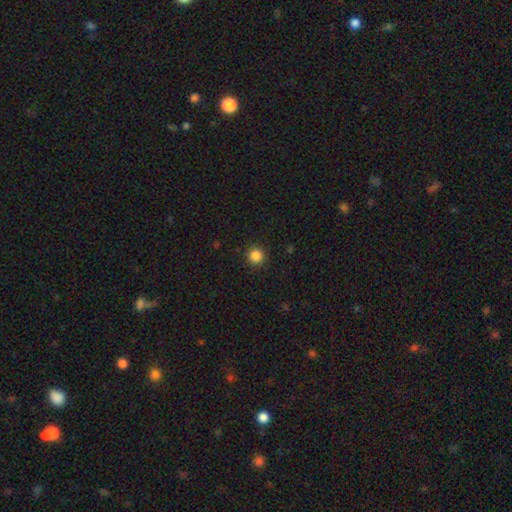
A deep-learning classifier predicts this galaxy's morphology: A smooth galaxy with no disk features (85%) that is round (95%).

Vote fractions:
- Smooth or featured? smooth: 85% / star or artifact: 12% / featured or disk: 3%
- How rounded? round: 95% / in between: 4% / cigar-shaped: 1%
- Merging? none: 92% / minor disturbance: 5% / major disturbance: 2% / merger: 1%